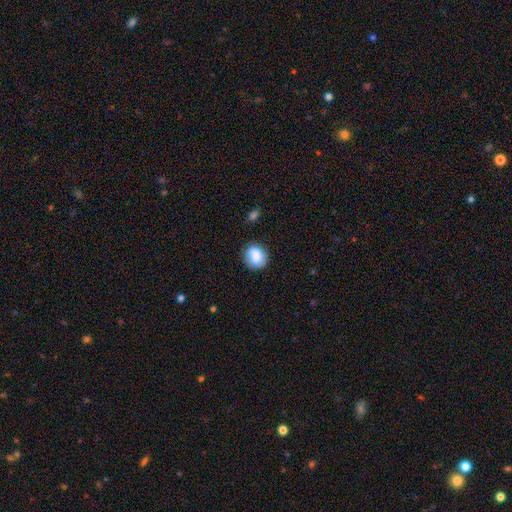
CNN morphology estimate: type=smooth (85%); roundness=round (72%); merging=none (80%).